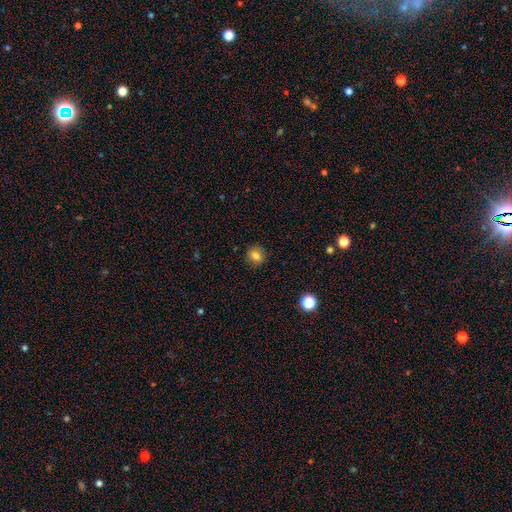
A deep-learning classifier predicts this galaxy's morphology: The model was most divided on "how rounded": round: 81%, in between: 18%, cigar-shaped: 1%. More confident: merging — none (90%); smooth or featured — smooth (81%).